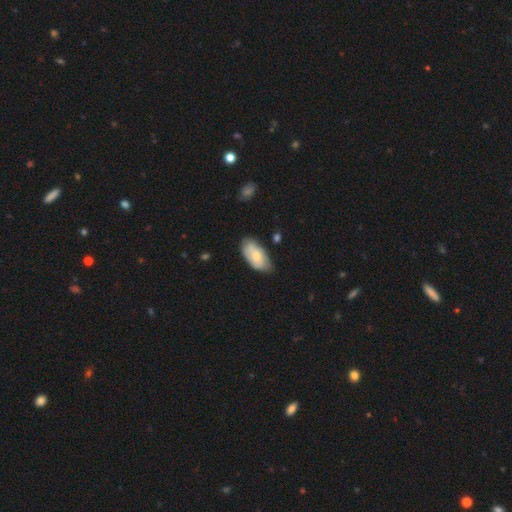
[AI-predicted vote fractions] Morphology: type=smooth (67%); roundness=in between (93%); merging=none (67%).